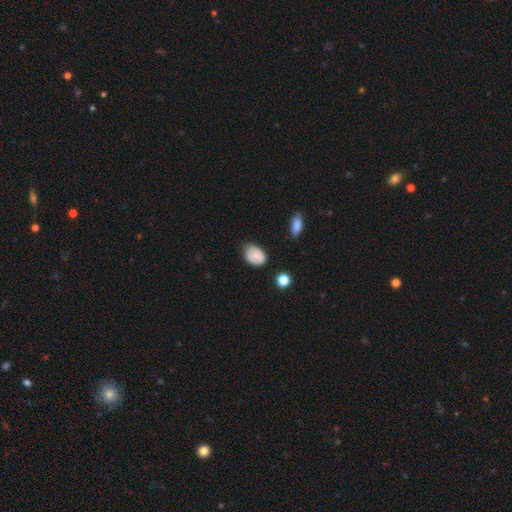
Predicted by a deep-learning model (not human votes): A smooth galaxy with no disk features (84%) that is in between round and cigar-shaped (77%).

Vote fractions:
- Smooth or featured? smooth: 84% / star or artifact: 9% / featured or disk: 8%
- How rounded? in between: 77% / round: 22% / cigar-shaped: 1%
- Merging? none: 65% / minor disturbance: 28% / major disturbance: 5% / merger: 2%